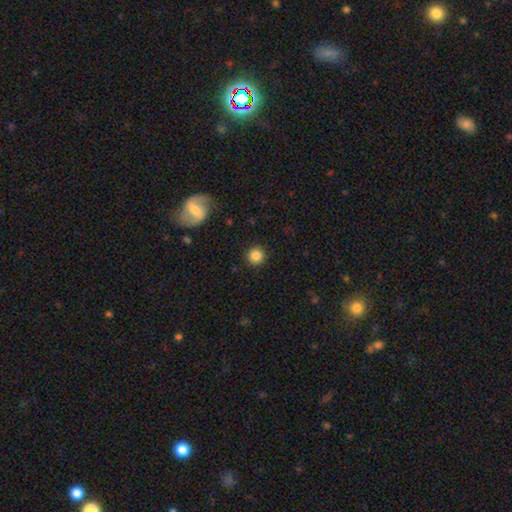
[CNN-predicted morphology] Smooth or featured: smooth — 85% (star or artifact — 10%)
How rounded: round — 94% (in between — 5%)
Merging: none — 91% (minor disturbance — 6%)